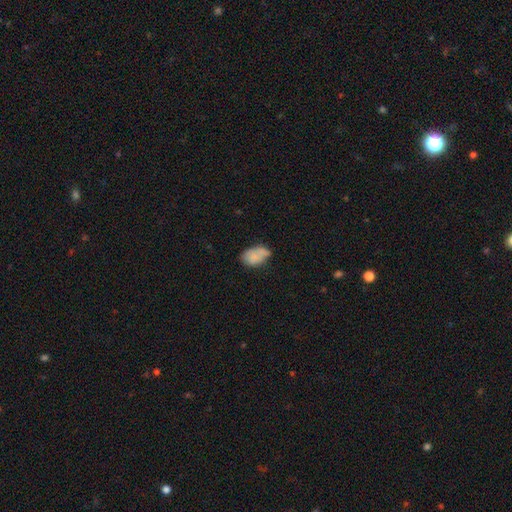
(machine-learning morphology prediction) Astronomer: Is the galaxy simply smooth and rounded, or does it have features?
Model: smooth — 76%.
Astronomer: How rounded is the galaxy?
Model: in between — 88%.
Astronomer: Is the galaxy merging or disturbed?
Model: none — 43% (runner-up: minor disturbance, 36%).